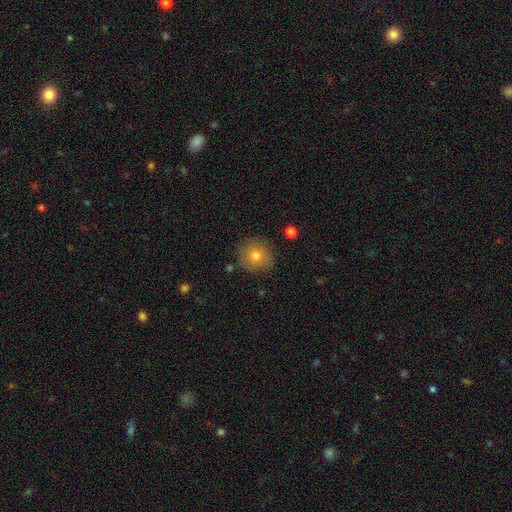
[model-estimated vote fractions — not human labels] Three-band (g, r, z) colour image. It shows a smooth galaxy with no disk features (78%) that is round (92%). Merging: none (85%).